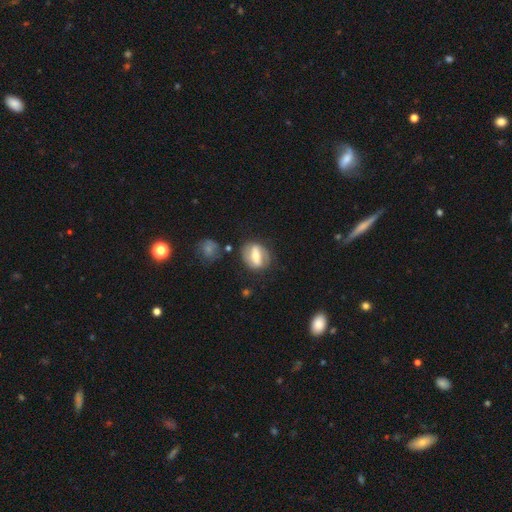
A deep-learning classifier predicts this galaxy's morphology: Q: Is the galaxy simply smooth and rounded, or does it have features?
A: featured or disk — 60%.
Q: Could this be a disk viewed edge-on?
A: no — 86%.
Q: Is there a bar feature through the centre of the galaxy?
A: strong — 69%.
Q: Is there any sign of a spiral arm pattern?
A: yes — 52%.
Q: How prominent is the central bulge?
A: moderate — 57%.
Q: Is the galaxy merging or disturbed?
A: none — 76%.